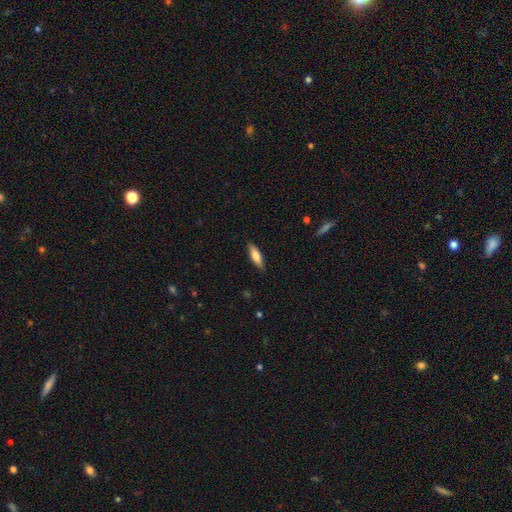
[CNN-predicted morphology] type=smooth (75%); roundness=cigar-shaped (49%, tied with in between); merging=none (87%).